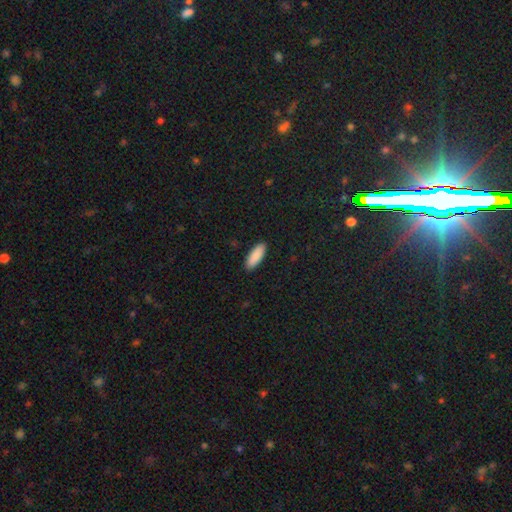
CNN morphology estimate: Q: Smooth or featured?
A: smooth (90%); runner-up: star or artifact (6%)
Q: How rounded?
A: in between (64%); runner-up: cigar-shaped (34%)
Q: Merging?
A: none (91%); runner-up: minor disturbance (6%)